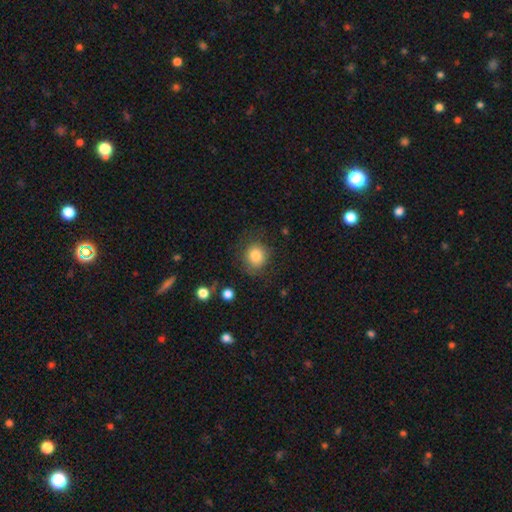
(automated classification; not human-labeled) A smooth galaxy with no disk features (83%) that is round (83%). Merging: none (77%).